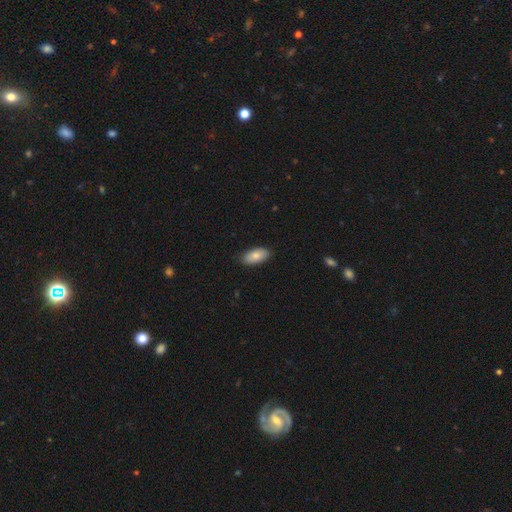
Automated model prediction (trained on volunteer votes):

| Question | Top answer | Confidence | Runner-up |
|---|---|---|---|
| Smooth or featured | smooth | 81% | featured or disk (13%) |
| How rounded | in between | 92% | cigar-shaped (5%) |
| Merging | none | 87% | minor disturbance (11%) |